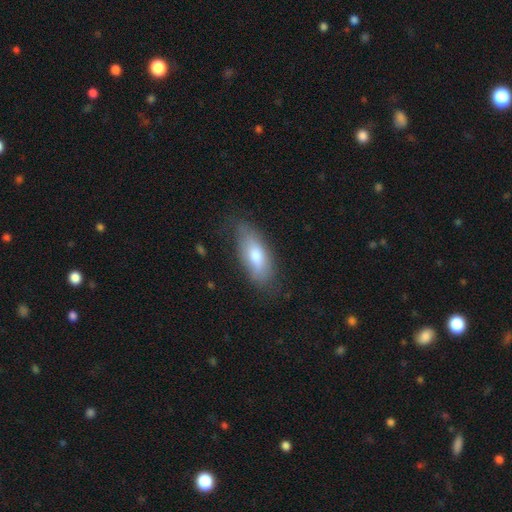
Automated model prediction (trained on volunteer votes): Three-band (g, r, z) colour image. It shows a smooth galaxy with no disk features (72%) that is in between round and cigar-shaped (80%). Merging: none (67%).